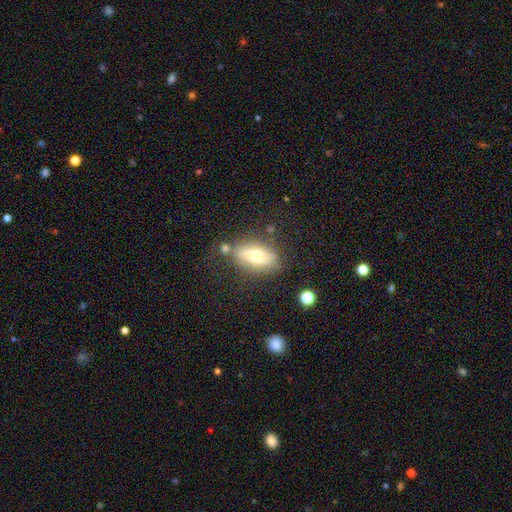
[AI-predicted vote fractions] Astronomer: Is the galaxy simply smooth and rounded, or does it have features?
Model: smooth — 61%.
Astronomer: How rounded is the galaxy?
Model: in between — 77%.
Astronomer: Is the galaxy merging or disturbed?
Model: none — 65%.